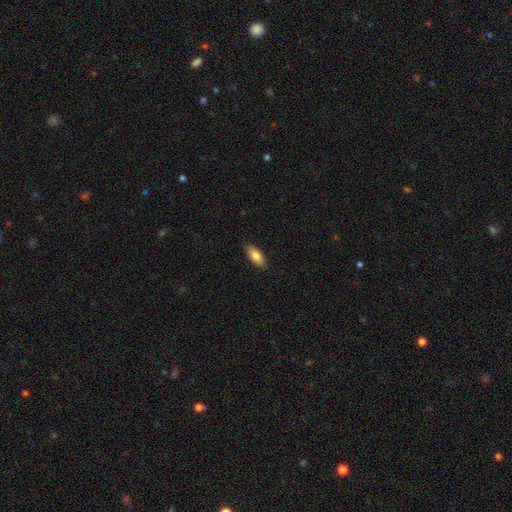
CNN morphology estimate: Smooth or featured? smooth (84%)
How rounded? in between (83%)
Merging? none (88%)